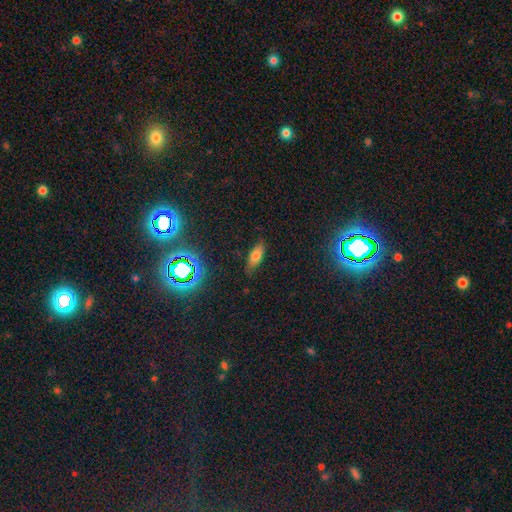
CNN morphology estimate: A smooth galaxy with no disk features (69%) that is in between round and cigar-shaped (70%).

Vote fractions:
- Smooth or featured? smooth: 69% / featured or disk: 18% / star or artifact: 13%
- How rounded? in between: 70% / cigar-shaped: 27% / round: 3%
- Merging? none: 80% / minor disturbance: 15% / major disturbance: 3% / merger: 2%